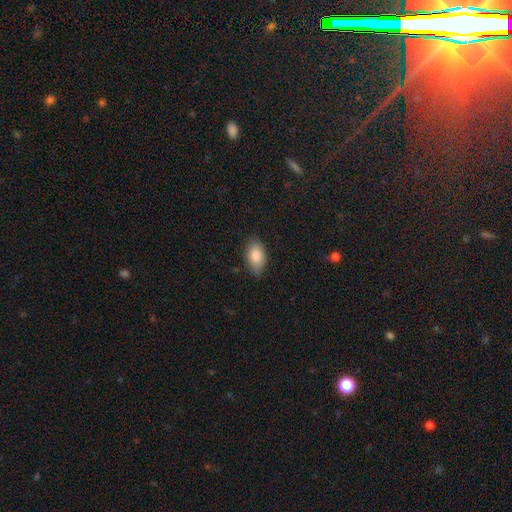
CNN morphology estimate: Smooth or featured? smooth (83%)
How rounded? in between (92%)
Merging? none (81%)